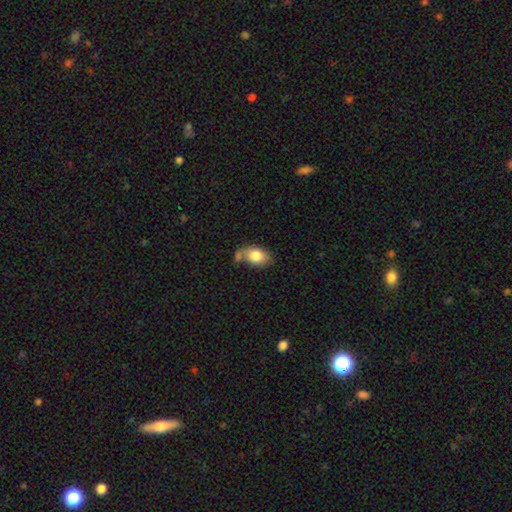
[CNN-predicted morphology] This appears to be a smooth galaxy with no disk features (81%) that is in between round and cigar-shaped (84%). Merging: none (48%).